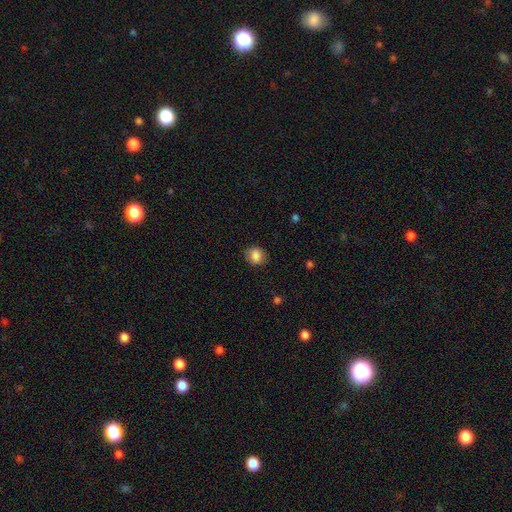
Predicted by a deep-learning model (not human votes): This appears to be a smooth galaxy with no disk features (86%) that is round (70%). Merging: none (83%).